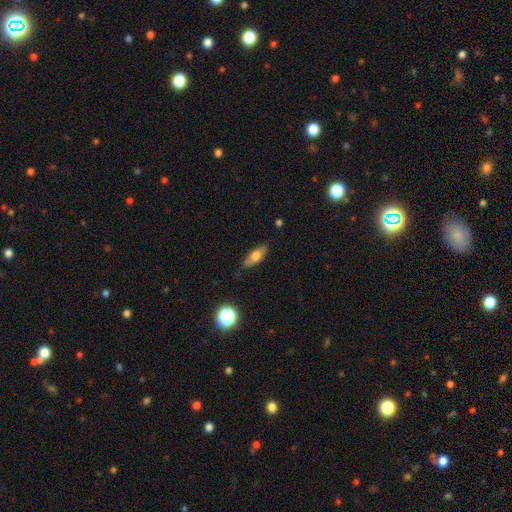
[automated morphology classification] A smooth galaxy with no disk features (65%) that is in between round and cigar-shaped (66%). Merging: none (84%).